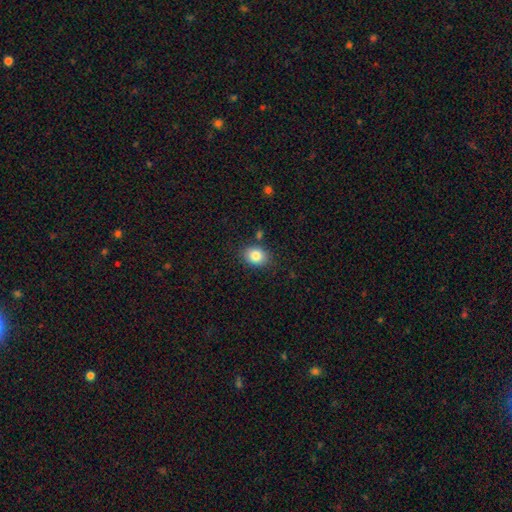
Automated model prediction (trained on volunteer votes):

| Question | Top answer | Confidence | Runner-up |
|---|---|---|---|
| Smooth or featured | smooth | 84% | star or artifact (9%) |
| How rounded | in between | 54% | round (45%) |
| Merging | none | 83% | minor disturbance (11%) |